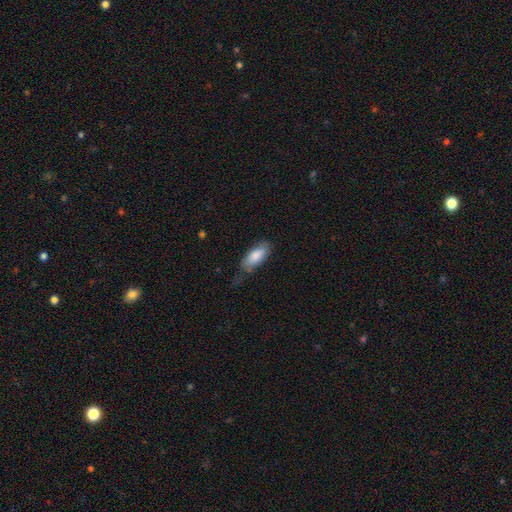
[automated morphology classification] Q: Smooth or featured?
A: smooth (80%); runner-up: featured or disk (14%)
Q: How rounded?
A: in between (78%); runner-up: cigar-shaped (20%)
Q: Merging?
A: none (58%); runner-up: minor disturbance (30%)